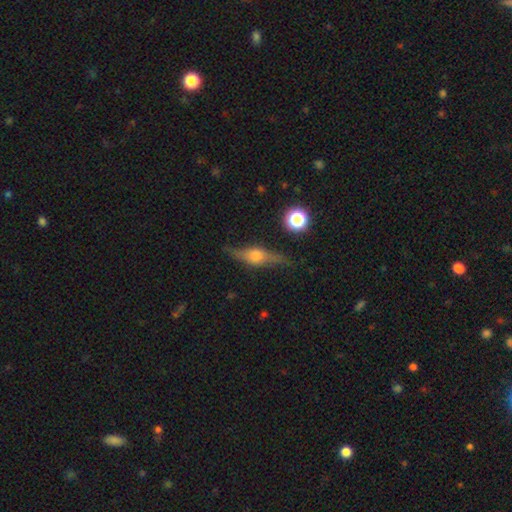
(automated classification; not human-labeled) Overall: featured or disk (69%). Edge-on disk: yes (93%). Edge-on bulge: rounded (90%). Merging: none (80%).